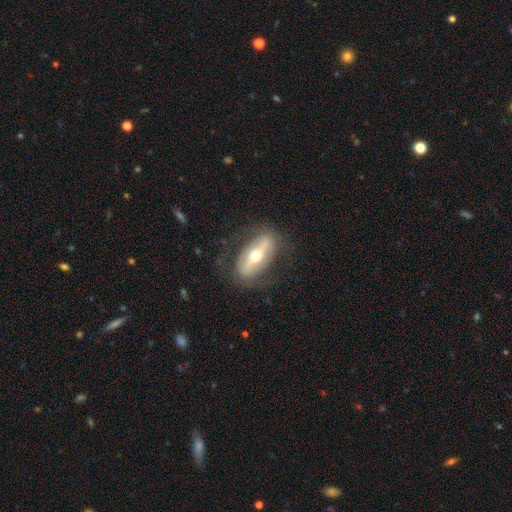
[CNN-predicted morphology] A featured or disk galaxy (67%).

Vote fractions:
- Smooth or featured? featured or disk: 67% / smooth: 26% / star or artifact: 7%
- Edge-on disk? no: 71% / yes: 29%
- Merging? none: 75% / minor disturbance: 15% / major disturbance: 8% / merger: 1%